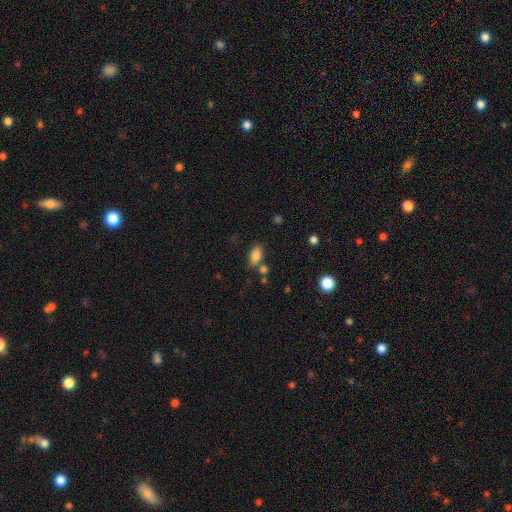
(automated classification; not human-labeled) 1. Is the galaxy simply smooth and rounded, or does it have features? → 83% smooth, 10% star or artifact, 7% featured or disk.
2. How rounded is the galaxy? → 88% in between, 6% cigar-shaped, 6% round.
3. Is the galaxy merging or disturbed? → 69% none, 14% minor disturbance, 13% merger, 4% major disturbance.